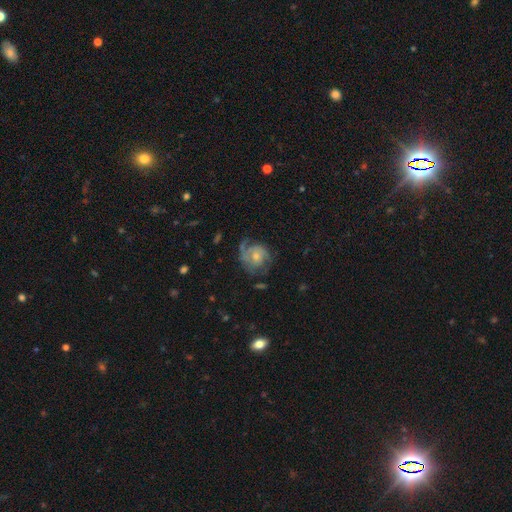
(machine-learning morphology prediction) smooth-or-featured: featured or disk: 67% | smooth: 26% | star or artifact: 7%
  disk-edge-on: no: 98% | yes: 2%
    bar: no: 78% | weak: 19% | strong: 3%
    has-spiral-arms: yes: 82% | no: 18%
      spiral-winding: tight: 44% | medium: 37% | loose: 19%
      spiral-arm-count: 2: 45% | can't tell: 26% | 1: 14% | 3: 9% | 4: 3% | more than 4: 3%
    bulge-size: small: 51% | moderate: 42% | large: 3% | none: 3% | dominant: 1%
  merging: none: 55% | minor disturbance: 23% | major disturbance: 19% | merger: 3%